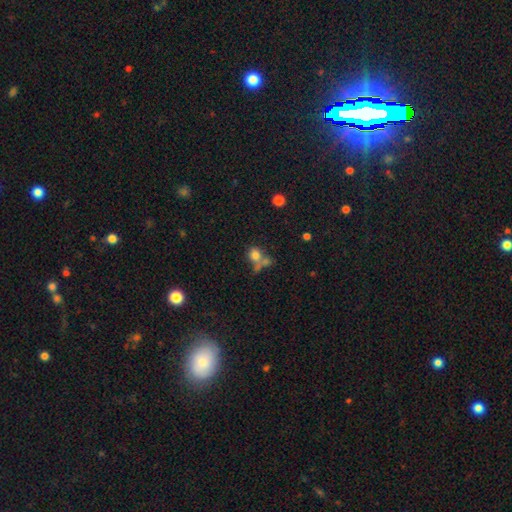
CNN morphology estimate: smooth_or_featured: smooth (p=0.75) [alt: star or artifact p=0.13]
how_rounded: round (p=0.68) [alt: in between p=0.30]
merging: merger (p=0.43) [alt: none p=0.35]